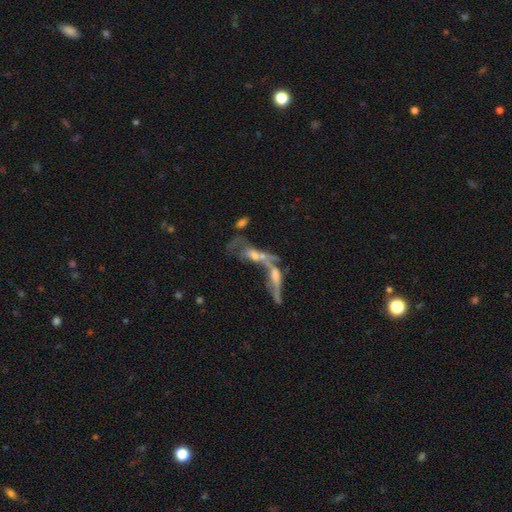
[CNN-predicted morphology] smooth-or-featured: featured or disk: 63% | smooth: 22% | star or artifact: 15%
  disk-edge-on: no: 58% | yes: 42%
  merging: merger: 62% | none: 18% | major disturbance: 11% | minor disturbance: 8%